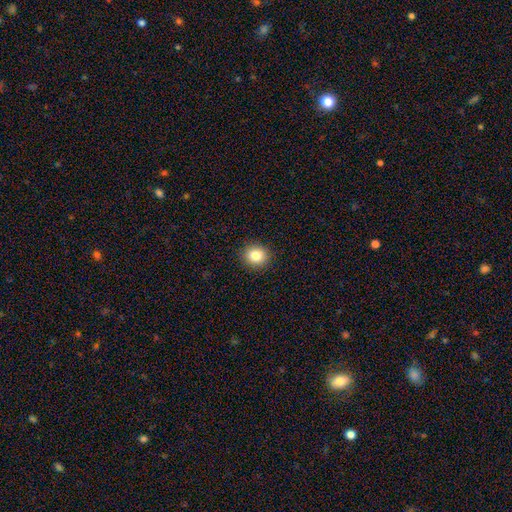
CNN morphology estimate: Smooth or featured?
  - smooth: 83% *
  - star or artifact: 10%
  - featured or disk: 6%
How rounded?
  - round: 83% *
  - in between: 16%
  - cigar-shaped: 1%
Merging?
  - none: 92% *
  - minor disturbance: 6%
  - major disturbance: 2%
  - merger: 1%